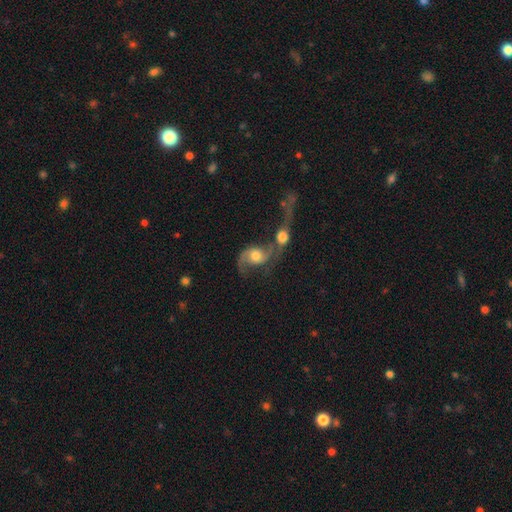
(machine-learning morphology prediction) Smooth or featured? featured or disk (78%)
Edge-on disk? no (96%)
Bar? no (66%)
Spiral arms? yes (93%)
Spiral winding? loose (53%)
Spiral arm count? 2 (85%)
Bulge size? moderate (62%)
Merging? merger (64%)